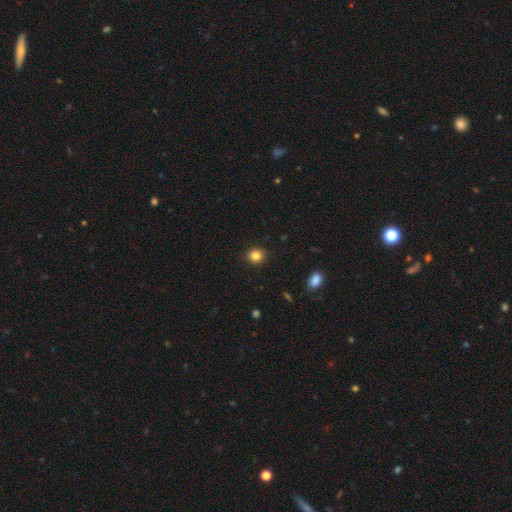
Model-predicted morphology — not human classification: Smooth or featured: smooth — 84% (star or artifact — 11%)
How rounded: round — 80% (in between — 19%)
Merging: none — 91% (minor disturbance — 6%)